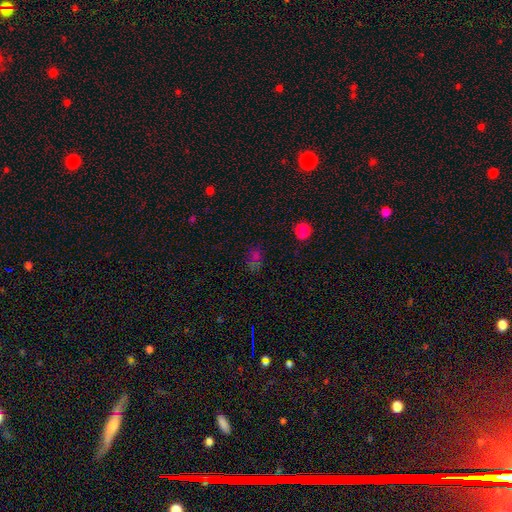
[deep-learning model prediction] Morphology: type=smooth (51%); roundness=in between (65%); merging=none (66%).